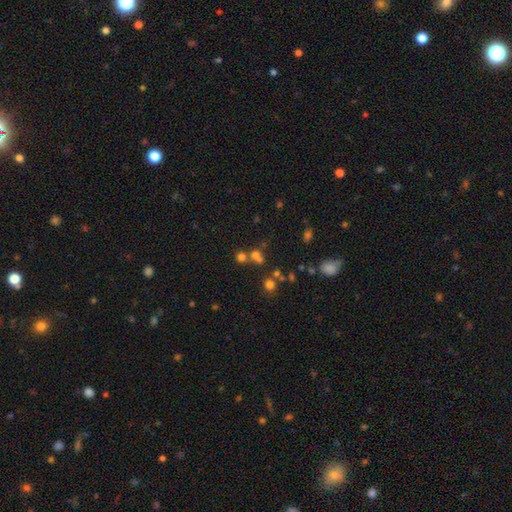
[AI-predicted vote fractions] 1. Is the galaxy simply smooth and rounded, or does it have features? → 60% smooth, 27% star or artifact, 13% featured or disk.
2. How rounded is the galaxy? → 81% round, 18% in between, 1% cigar-shaped.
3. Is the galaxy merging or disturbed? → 48% none, 41% merger, 7% minor disturbance, 4% major disturbance.